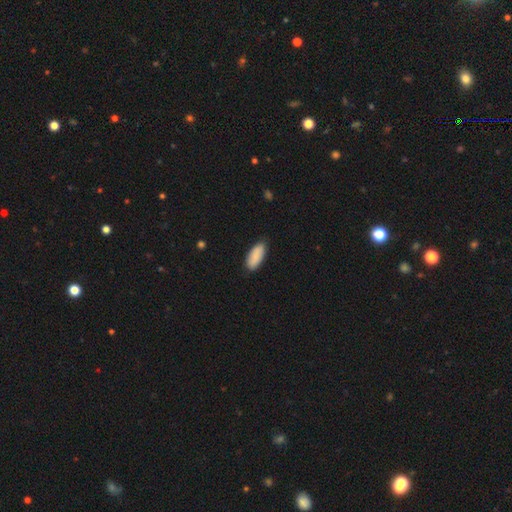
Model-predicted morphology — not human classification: This is clearly a smooth galaxy (89%). How rounded: clearly in between (85%). Merging: clearly none (84%).